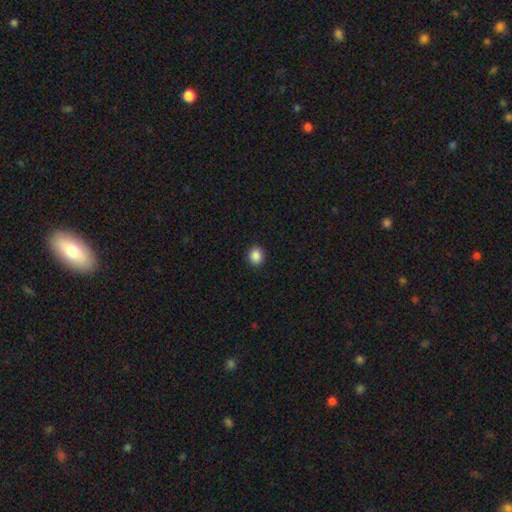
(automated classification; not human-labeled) smooth-or-featured: smooth: 87% | star or artifact: 9% | featured or disk: 3%
  how-rounded: round: 77% | in between: 22% | cigar-shaped: 1%
  merging: none: 92% | minor disturbance: 6% | major disturbance: 2% | merger: 1%